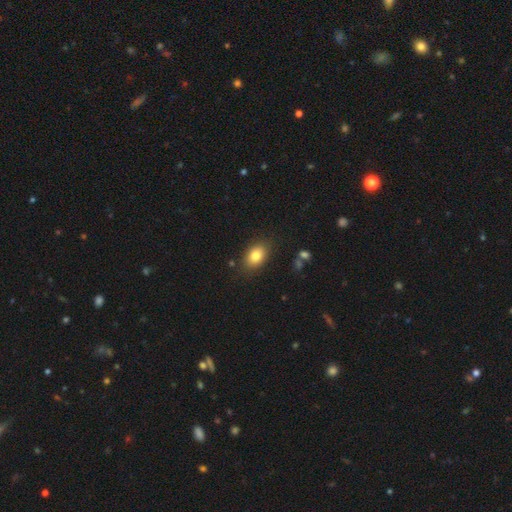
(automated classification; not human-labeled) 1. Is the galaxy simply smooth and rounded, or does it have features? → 82% smooth, 10% featured or disk, 8% star or artifact.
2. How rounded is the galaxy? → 85% in between, 14% round, 2% cigar-shaped.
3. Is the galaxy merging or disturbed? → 82% none, 12% minor disturbance, 3% major disturbance, 2% merger.